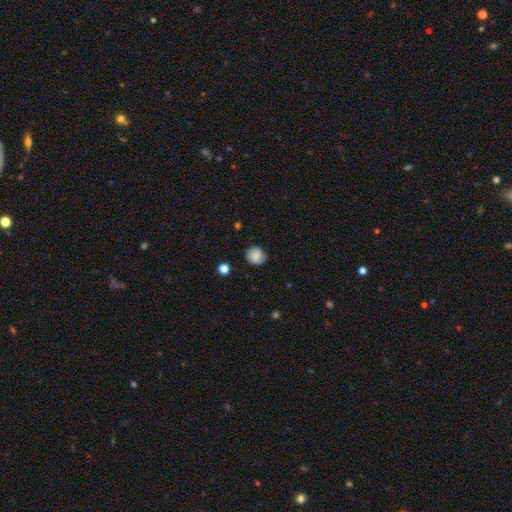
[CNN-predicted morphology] A smooth galaxy with no disk features (78%) that is round (81%).

Vote fractions:
- Smooth or featured? smooth: 78% / featured or disk: 13% / star or artifact: 9%
- How rounded? round: 81% / in between: 18% / cigar-shaped: 1%
- Merging? none: 75% / minor disturbance: 19% / major disturbance: 5% / merger: 2%